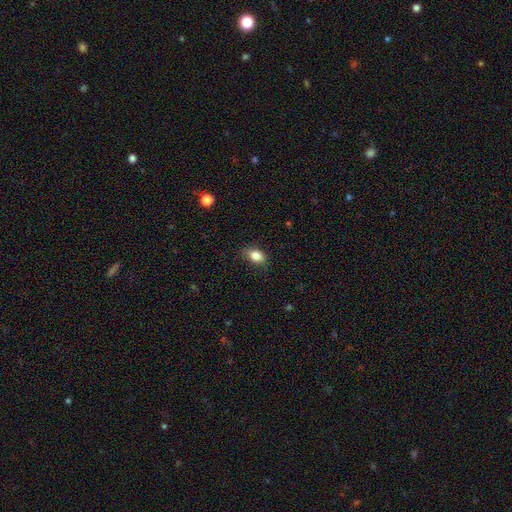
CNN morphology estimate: type=smooth (85%); roundness=in between (81%); merging=none (82%).